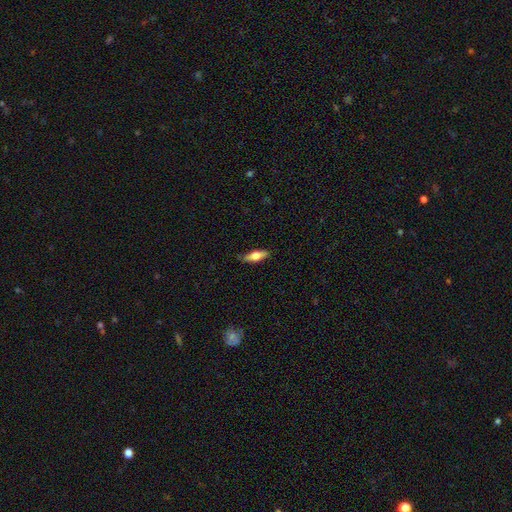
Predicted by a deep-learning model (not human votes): A smooth galaxy with no disk features (54%) that is in between round and cigar-shaped (50%).

Vote fractions:
- Smooth or featured? smooth: 54% / featured or disk: 40% / star or artifact: 6%
- How rounded? in between: 50% / cigar-shaped: 47% / round: 3%
- Merging? none: 85% / minor disturbance: 12% / major disturbance: 2% / merger: 1%